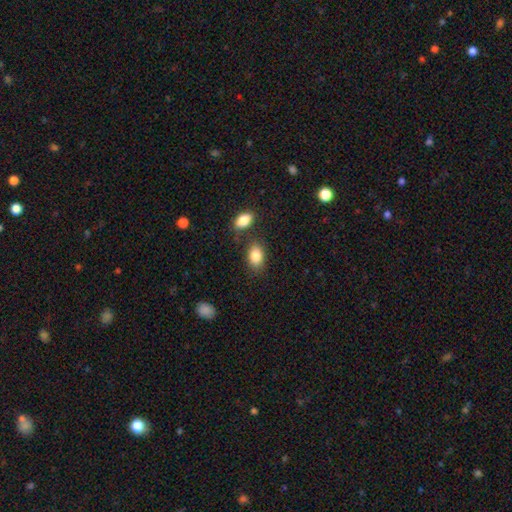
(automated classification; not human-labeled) Smooth or featured: smooth — 85% (star or artifact — 8%)
How rounded: in between — 84% (round — 14%)
Merging: none — 73% (minor disturbance — 13%)